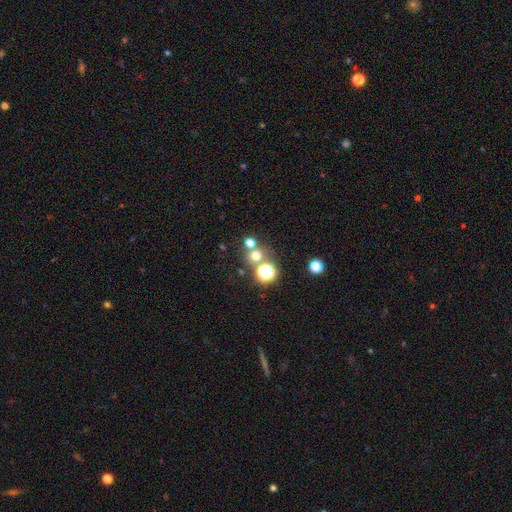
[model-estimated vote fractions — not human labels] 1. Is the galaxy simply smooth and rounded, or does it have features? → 60% smooth, 30% star or artifact, 10% featured or disk.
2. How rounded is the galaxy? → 90% round, 9% in between, 1% cigar-shaped.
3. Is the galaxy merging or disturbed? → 66% none, 24% merger, 6% minor disturbance, 3% major disturbance.